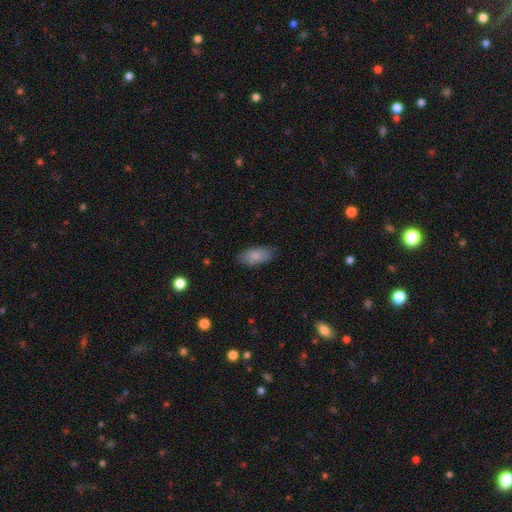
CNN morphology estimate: Smooth or featured? Predicted: smooth (p=0.84). How rounded? Predicted: in between (p=0.90). Merging? Predicted: none (p=0.81).